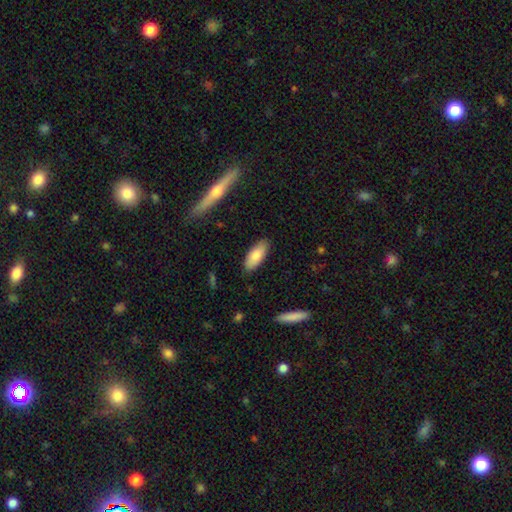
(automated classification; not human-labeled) This appears to be a smooth galaxy with no disk features (83%) that is in between round and cigar-shaped (84%). Merging: none (85%).